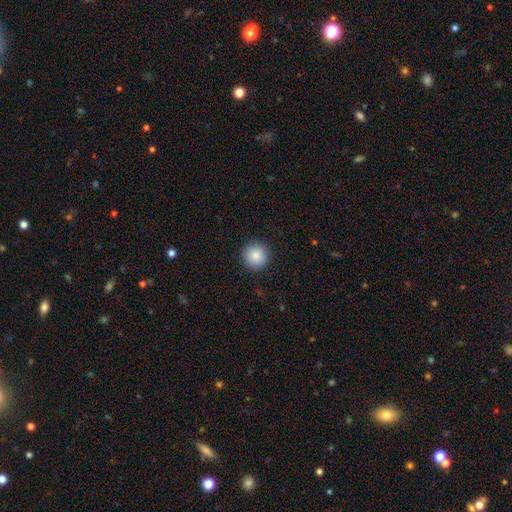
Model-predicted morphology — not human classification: Smooth or featured?
  - smooth: 87% *
  - star or artifact: 8%
  - featured or disk: 5%
How rounded?
  - round: 95% *
  - in between: 4%
  - cigar-shaped: 1%
Merging?
  - none: 91% *
  - minor disturbance: 6%
  - major disturbance: 2%
  - merger: 1%